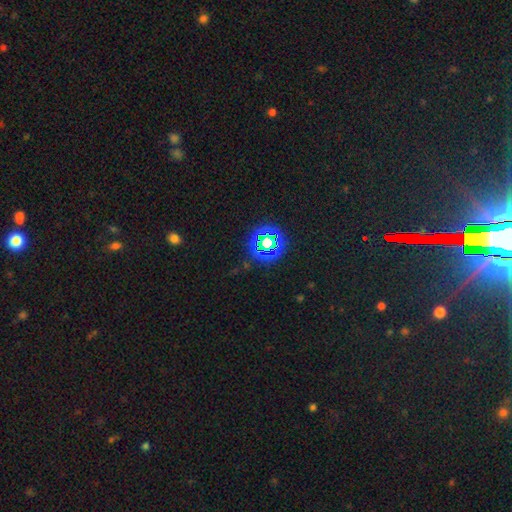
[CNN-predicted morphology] Overall: star or artifact (76%).